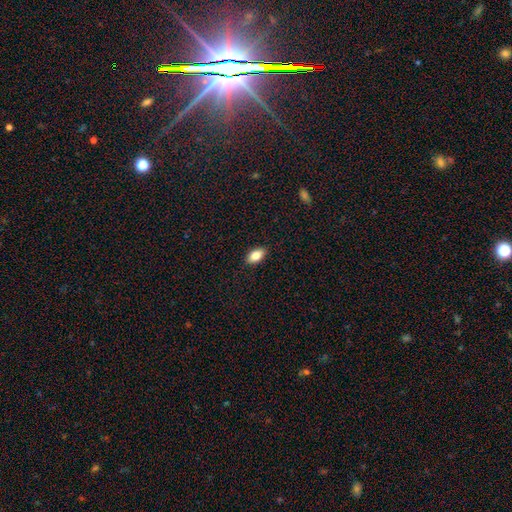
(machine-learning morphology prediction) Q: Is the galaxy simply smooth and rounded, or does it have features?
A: smooth — 82%.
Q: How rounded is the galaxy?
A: in between — 91%.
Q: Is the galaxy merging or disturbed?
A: none — 89%.